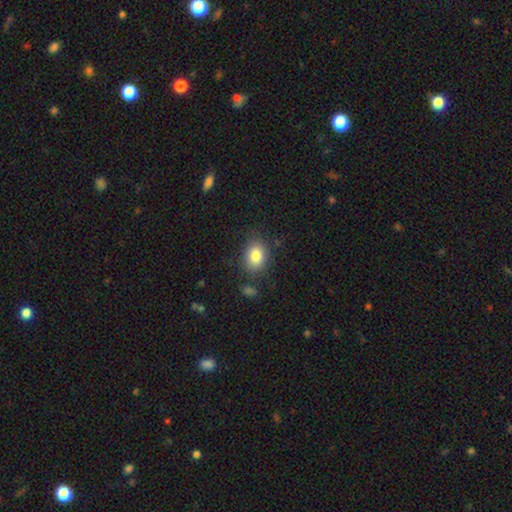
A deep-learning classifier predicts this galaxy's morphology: Smooth or featured? Predicted: smooth (p=0.82). How rounded? Predicted: in between (p=0.64). Merging? Predicted: none (p=0.80).